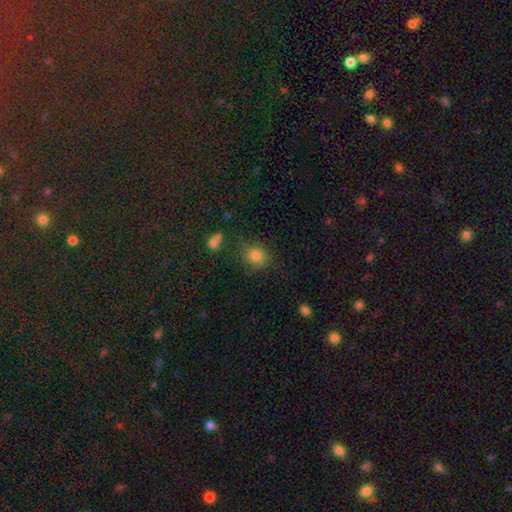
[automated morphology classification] smooth_or_featured: smooth (p=0.81) [alt: star or artifact p=0.12]
how_rounded: round (p=0.75) [alt: in between p=0.24]
merging: none (p=0.74) [alt: minor disturbance p=0.16]